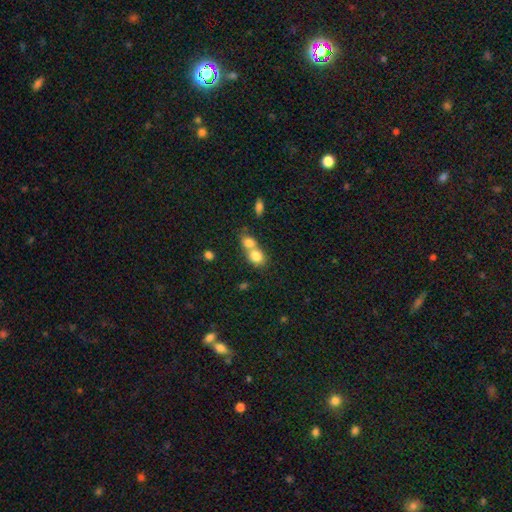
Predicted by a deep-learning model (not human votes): smooth_or_featured: smooth (p=0.80) [alt: featured or disk p=0.11]
how_rounded: round (p=0.55) [alt: in between p=0.44]
merging: merger (p=0.65) [alt: none p=0.26]